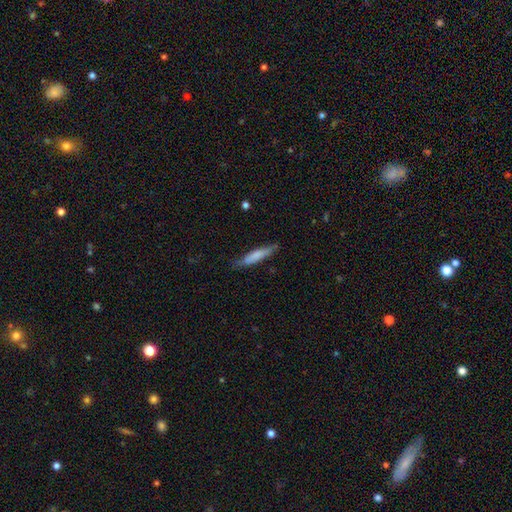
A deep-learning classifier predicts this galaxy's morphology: Smooth or featured?
  - smooth: 71% *
  - featured or disk: 23%
  - star or artifact: 6%
How rounded?
  - cigar-shaped: 86% *
  - in between: 12%
  - round: 1%
Merging?
  - none: 76% *
  - minor disturbance: 19%
  - major disturbance: 4%
  - merger: 2%